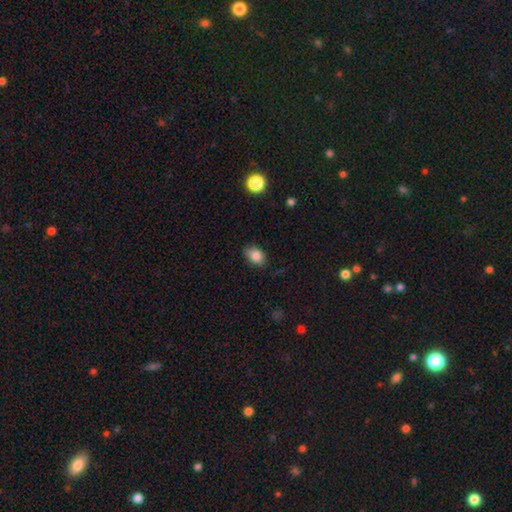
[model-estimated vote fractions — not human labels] A smooth galaxy with no disk features (84%) that is in between round and cigar-shaped (69%).

Vote fractions:
- Smooth or featured? smooth: 84% / star or artifact: 9% / featured or disk: 7%
- How rounded? in between: 69% / round: 29% / cigar-shaped: 1%
- Merging? none: 76% / minor disturbance: 19% / major disturbance: 3% / merger: 1%